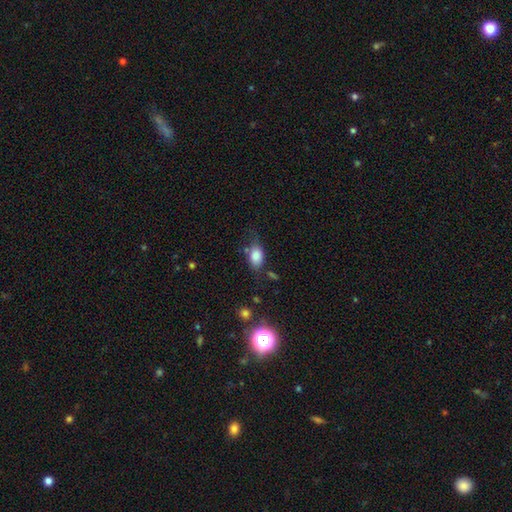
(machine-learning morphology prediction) smooth-or-featured: smooth: 81% | featured or disk: 10% | star or artifact: 9%
  how-rounded: in between: 85% | round: 13% | cigar-shaped: 3%
  merging: none: 55% | minor disturbance: 28% | major disturbance: 11% | merger: 6%